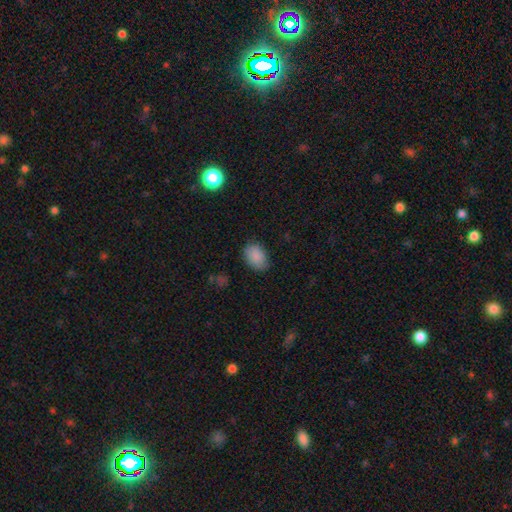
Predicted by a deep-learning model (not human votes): Smooth or featured?
  - smooth: 89% *
  - star or artifact: 7%
  - featured or disk: 4%
How rounded?
  - in between: 81% *
  - round: 18%
  - cigar-shaped: 1%
Merging?
  - none: 80% *
  - minor disturbance: 16%
  - major disturbance: 3%
  - merger: 1%